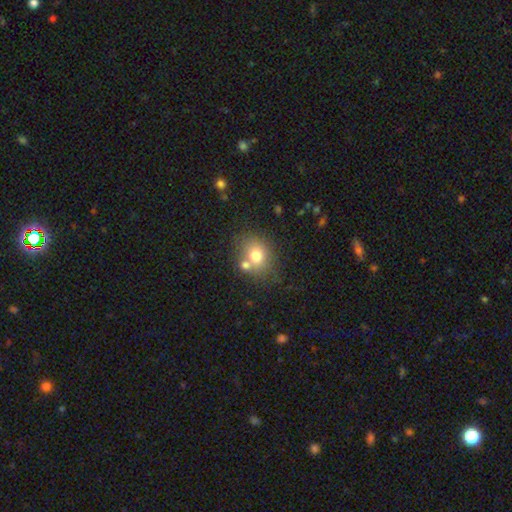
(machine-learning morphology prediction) A smooth galaxy with no disk features (71%) that is round (62%). Merging: none (58%).